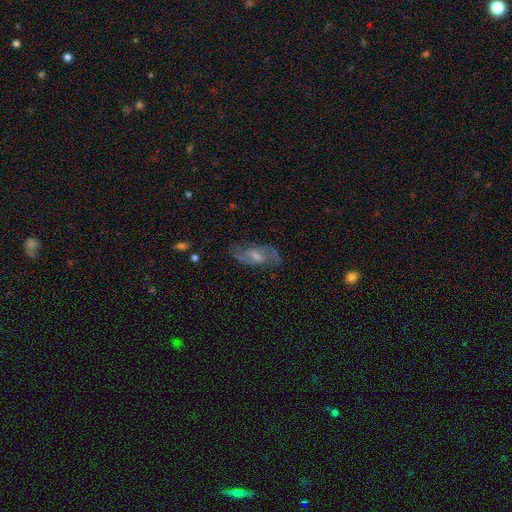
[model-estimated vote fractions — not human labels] A featured or disk galaxy (81%) with a weak bar (53%), 2 (88%) medium (54%) spiral arms (94%) and a small central bulge (43%). Merging: none (78%).